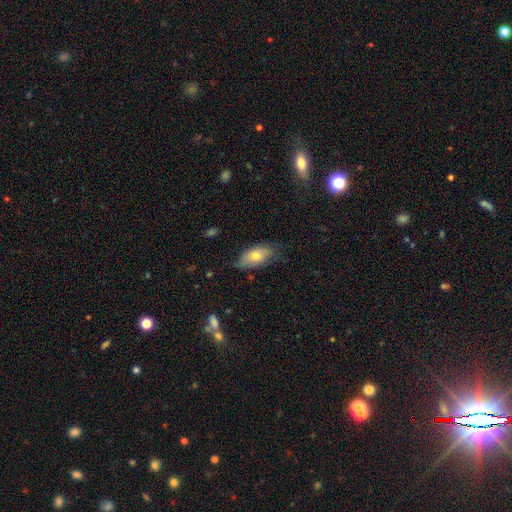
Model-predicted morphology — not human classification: smooth_or_featured: smooth (p=0.69) [alt: featured or disk p=0.24]
how_rounded: in between (p=0.90) [alt: cigar-shaped p=0.05]
merging: none (p=0.63) [alt: minor disturbance p=0.29]